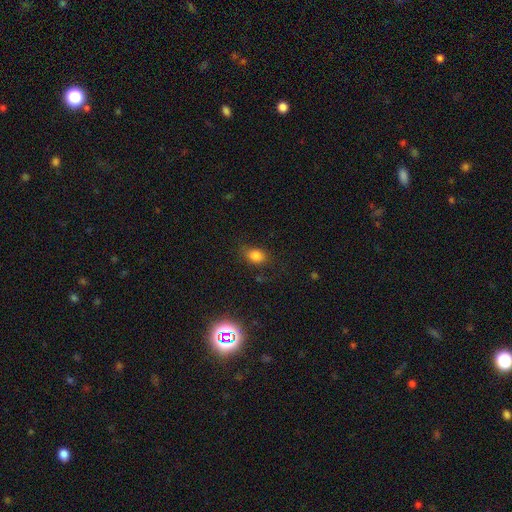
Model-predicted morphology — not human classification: Overall: smooth (80%). How rounded: in between (65%; round 33%). Merging: none (73%).